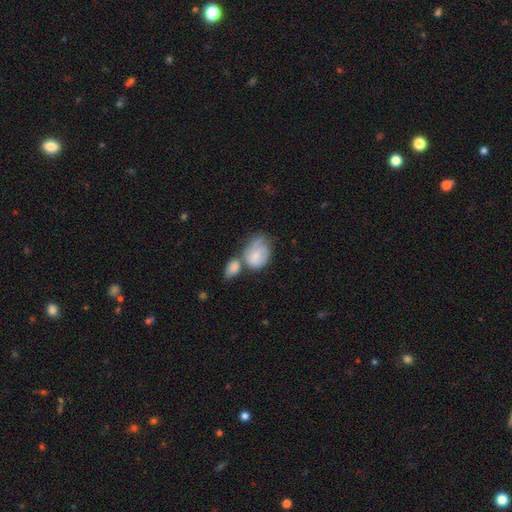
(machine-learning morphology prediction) The model was most divided on "merging": merger: 41%, none: 24%, minor disturbance: 20%, major disturbance: 14%. More confident: how rounded — in between (63%); smooth or featured — smooth (60%).